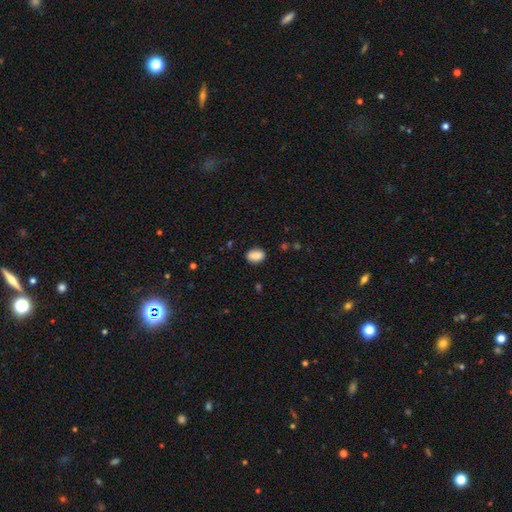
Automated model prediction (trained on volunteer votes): This appears to be a smooth galaxy with no disk features (87%) that is in between round and cigar-shaped (81%). Merging: none (84%).